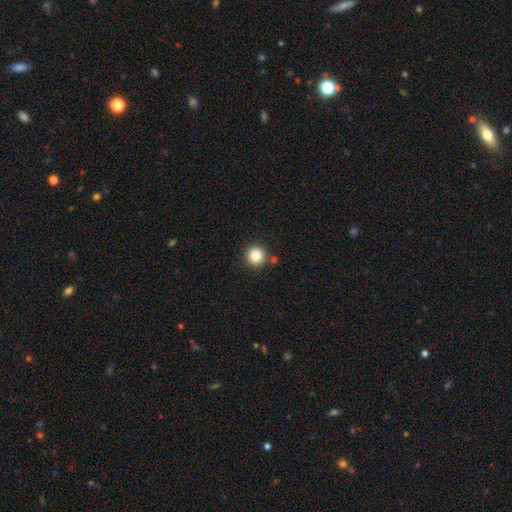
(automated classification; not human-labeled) Q: Smooth or featured?
A: smooth (86%); runner-up: star or artifact (10%)
Q: How rounded?
A: round (95%); runner-up: in between (4%)
Q: Merging?
A: none (84%); runner-up: minor disturbance (7%)